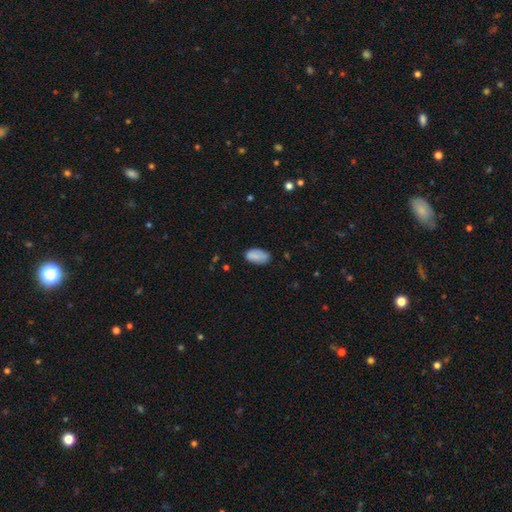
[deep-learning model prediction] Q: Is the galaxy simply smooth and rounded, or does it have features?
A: smooth — 83%.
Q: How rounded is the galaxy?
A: in between — 94%.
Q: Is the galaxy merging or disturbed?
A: none — 71%.